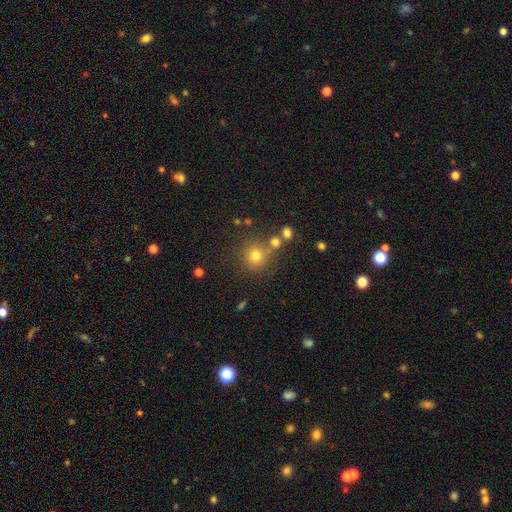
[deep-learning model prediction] smooth 74%, star or artifact 17%, featured or disk 9%. Down the decision tree: how rounded — round (92%); merging — none (72%).